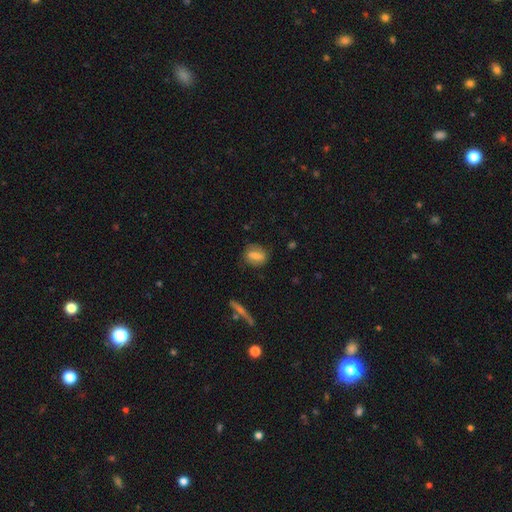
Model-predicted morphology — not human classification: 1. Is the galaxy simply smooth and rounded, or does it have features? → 69% smooth, 23% featured or disk, 8% star or artifact.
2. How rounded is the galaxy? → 64% in between, 27% round, 9% cigar-shaped.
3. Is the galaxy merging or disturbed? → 77% none, 16% minor disturbance, 5% major disturbance, 2% merger.